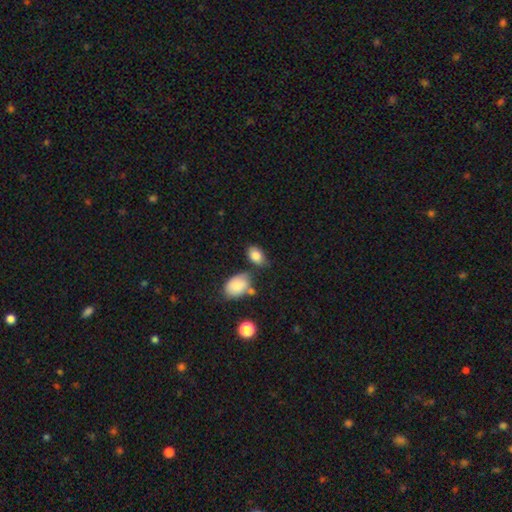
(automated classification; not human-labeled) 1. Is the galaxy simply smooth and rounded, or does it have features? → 84% smooth, 8% star or artifact, 7% featured or disk.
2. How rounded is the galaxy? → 86% in between, 12% round, 1% cigar-shaped.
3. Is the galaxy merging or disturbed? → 58% none, 23% minor disturbance, 12% merger, 6% major disturbance.